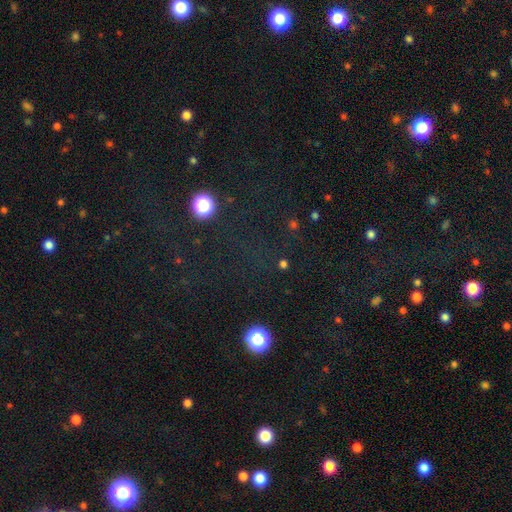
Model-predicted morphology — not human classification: star or artifact 64%, smooth 27%, featured or disk 9%.